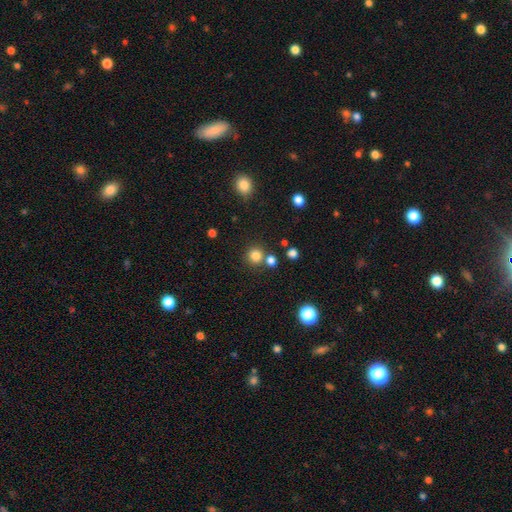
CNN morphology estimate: A smooth galaxy with no disk features (80%) that is round (92%).

Vote fractions:
- Smooth or featured? smooth: 80% / star or artifact: 14% / featured or disk: 5%
- How rounded? round: 92% / in between: 7% / cigar-shaped: 1%
- Merging? none: 74% / merger: 16% / minor disturbance: 7% / major disturbance: 3%